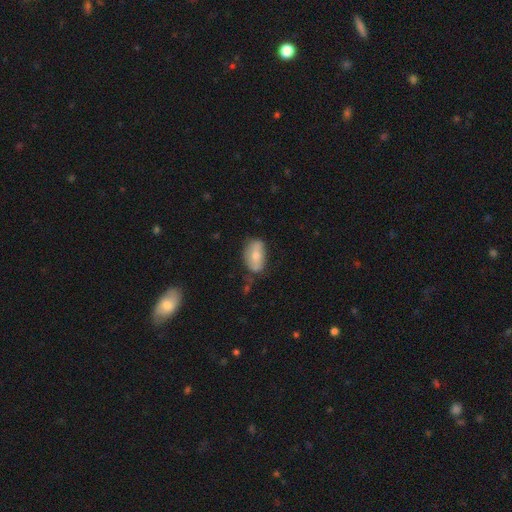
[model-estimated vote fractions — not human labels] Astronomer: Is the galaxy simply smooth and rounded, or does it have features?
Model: smooth — 63%.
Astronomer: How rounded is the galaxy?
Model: in between — 90%.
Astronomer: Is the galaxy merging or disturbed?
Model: none — 64%.